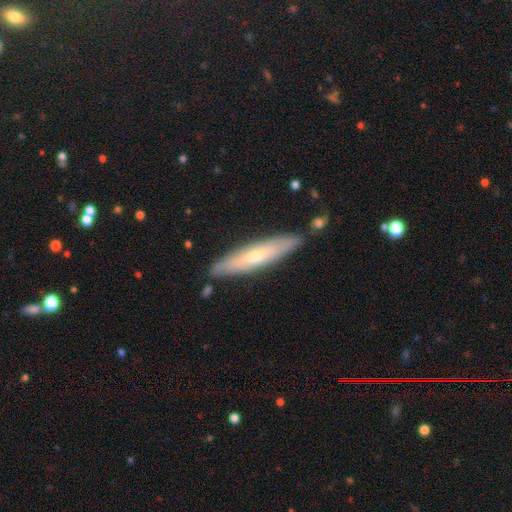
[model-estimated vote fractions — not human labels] Q: Smooth or featured?
A: smooth (50%); runner-up: featured or disk (45%)
Q: Merging?
A: none (84%); runner-up: minor disturbance (11%)